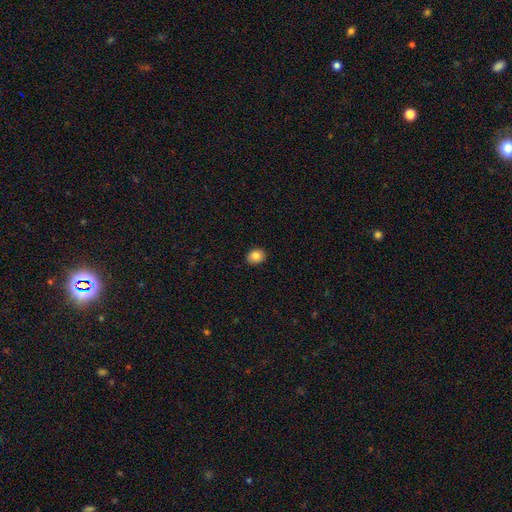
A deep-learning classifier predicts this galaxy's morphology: A smooth galaxy with no disk features (84%) that is round (64%).

Vote fractions:
- Smooth or featured? smooth: 84% / star or artifact: 9% / featured or disk: 6%
- How rounded? round: 64% / in between: 35% / cigar-shaped: 1%
- Merging? none: 91% / minor disturbance: 7% / major disturbance: 2% / merger: 1%